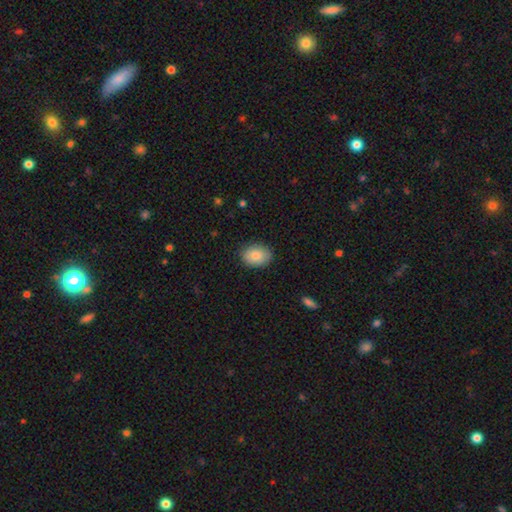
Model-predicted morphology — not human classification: This appears to be a smooth galaxy with no disk features (86%) that is in between round and cigar-shaped (73%). Merging: none (87%).